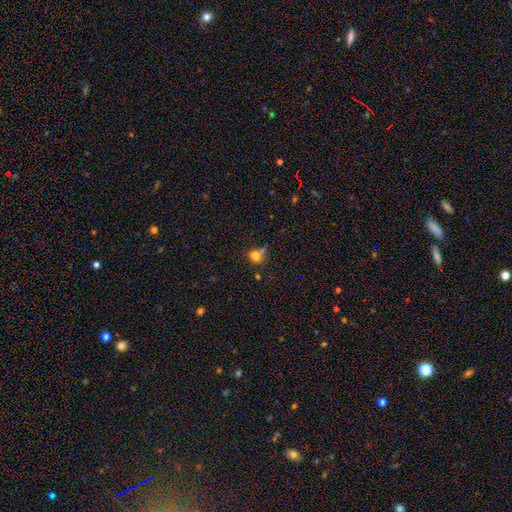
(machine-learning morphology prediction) This appears to be a smooth galaxy with no disk features (72%) that is round (57%). Merging: none (43%).